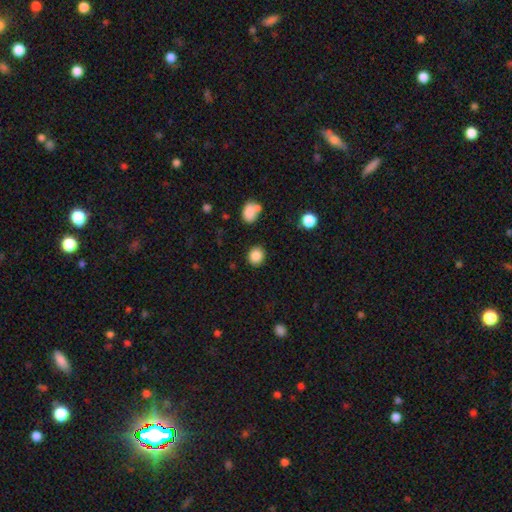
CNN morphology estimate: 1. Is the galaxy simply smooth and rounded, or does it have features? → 86% smooth, 10% star or artifact, 4% featured or disk.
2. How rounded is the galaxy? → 75% round, 24% in between, 1% cigar-shaped.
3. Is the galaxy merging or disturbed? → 86% none, 8% minor disturbance, 3% merger, 3% major disturbance.